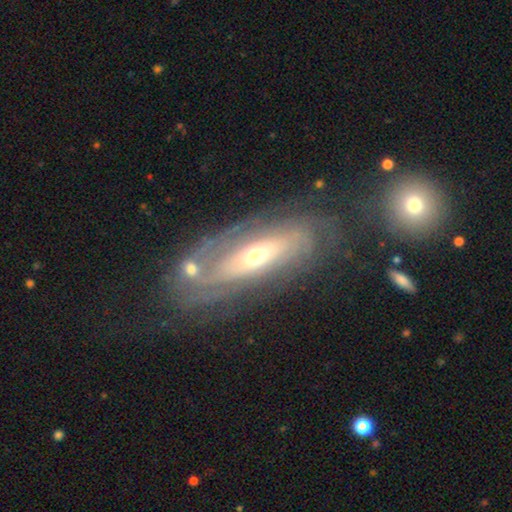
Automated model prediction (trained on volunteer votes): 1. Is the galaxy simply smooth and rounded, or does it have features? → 78% featured or disk, 16% smooth, 6% star or artifact.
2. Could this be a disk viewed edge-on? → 84% no, 16% yes.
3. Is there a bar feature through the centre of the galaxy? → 63% no, 25% weak, 12% strong.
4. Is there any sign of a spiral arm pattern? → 79% yes, 21% no.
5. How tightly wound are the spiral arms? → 67% tight, 24% medium, 9% loose.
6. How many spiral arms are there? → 56% can't tell, 23% 2, 8% 3, 5% 1, 4% 4, 3% more than 4.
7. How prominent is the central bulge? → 55% moderate, 38% small, 5% large, 1% dominant, 1% none.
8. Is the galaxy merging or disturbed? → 65% none, 18% minor disturbance, 11% major disturbance, 6% merger.